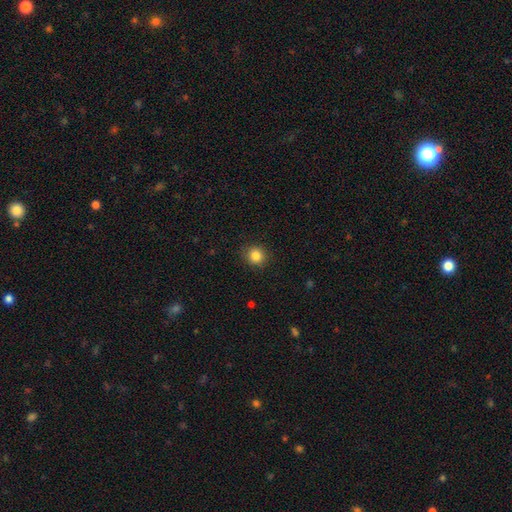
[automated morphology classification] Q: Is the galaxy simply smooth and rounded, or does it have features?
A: smooth — 85%.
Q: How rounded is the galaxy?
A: round — 89%.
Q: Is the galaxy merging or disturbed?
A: none — 89%.